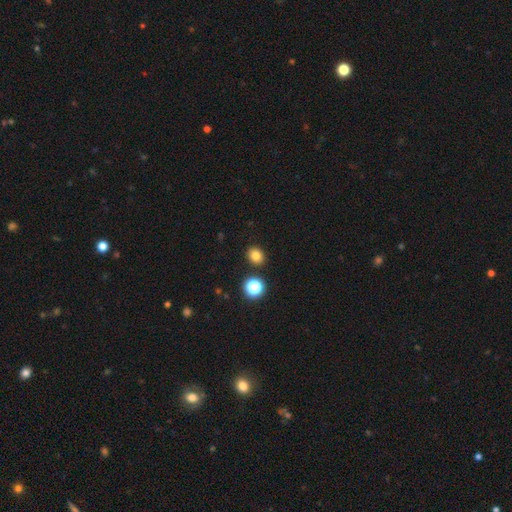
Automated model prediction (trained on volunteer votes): smooth_or_featured: smooth (p=0.80) [alt: star or artifact p=0.15]
how_rounded: round (p=0.61) [alt: in between p=0.39]
merging: none (p=0.87) [alt: minor disturbance p=0.07]